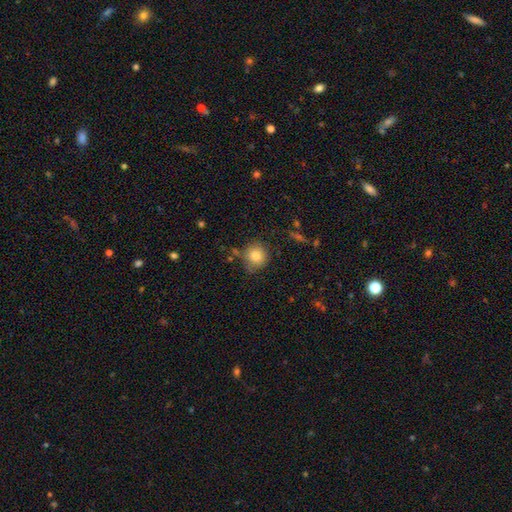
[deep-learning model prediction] A smooth galaxy with no disk features (82%) that is round (89%).

Vote fractions:
- Smooth or featured? smooth: 82% / star or artifact: 10% / featured or disk: 8%
- How rounded? round: 89% / in between: 10% / cigar-shaped: 1%
- Merging? none: 74% / minor disturbance: 17% / merger: 5% / major disturbance: 4%